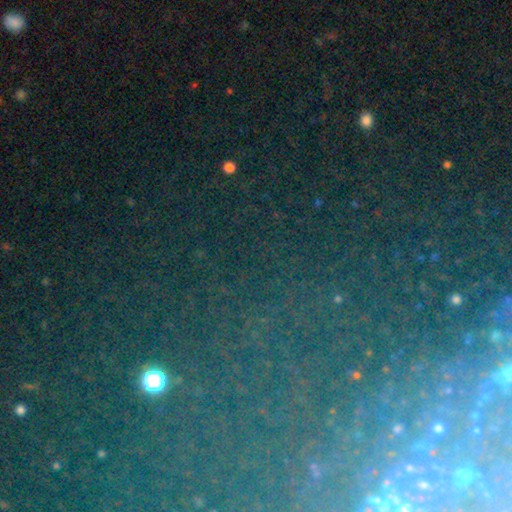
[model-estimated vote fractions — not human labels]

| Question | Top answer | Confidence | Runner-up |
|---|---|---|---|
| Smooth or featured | star or artifact | 72% | smooth (15%) |